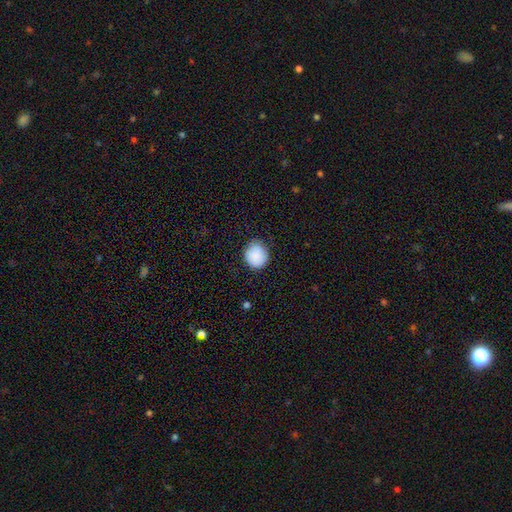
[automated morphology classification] smooth-or-featured: smooth: 88% | star or artifact: 7% | featured or disk: 5%
  how-rounded: round: 76% | in between: 24% | cigar-shaped: 1%
  merging: none: 75% | minor disturbance: 20% | major disturbance: 4% | merger: 1%